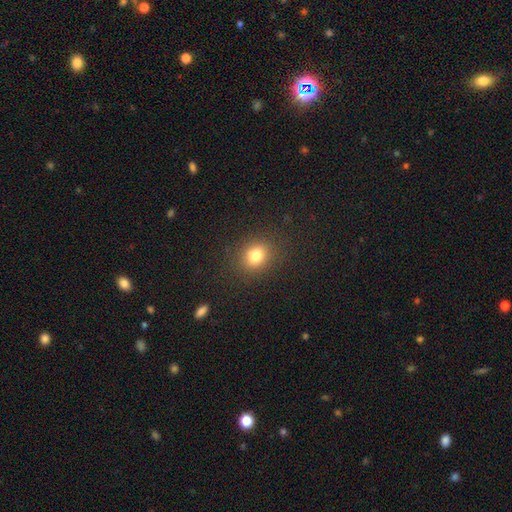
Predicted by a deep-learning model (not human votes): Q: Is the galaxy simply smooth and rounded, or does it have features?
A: smooth — 80%.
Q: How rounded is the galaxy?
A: round — 56%.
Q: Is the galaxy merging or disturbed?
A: none — 86%.